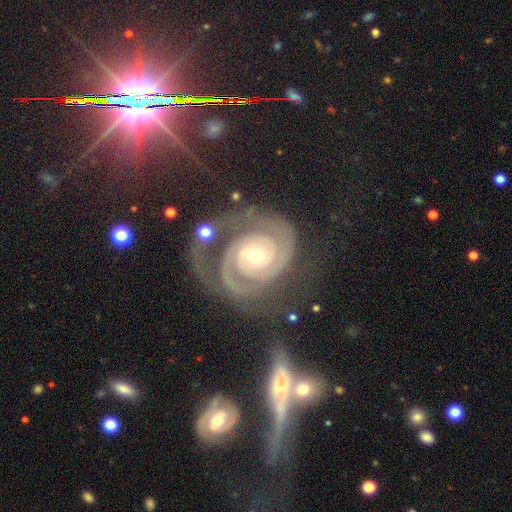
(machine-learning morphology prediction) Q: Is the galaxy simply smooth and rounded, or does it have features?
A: featured or disk — 91%.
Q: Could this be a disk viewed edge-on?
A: no — 98%.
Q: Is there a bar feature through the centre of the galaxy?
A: no — 71%.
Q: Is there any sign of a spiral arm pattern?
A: yes — 97%.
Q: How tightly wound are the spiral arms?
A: tight — 75%.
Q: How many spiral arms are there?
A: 2 — 66%.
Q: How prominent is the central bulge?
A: moderate — 63%.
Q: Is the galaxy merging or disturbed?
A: none — 51%.